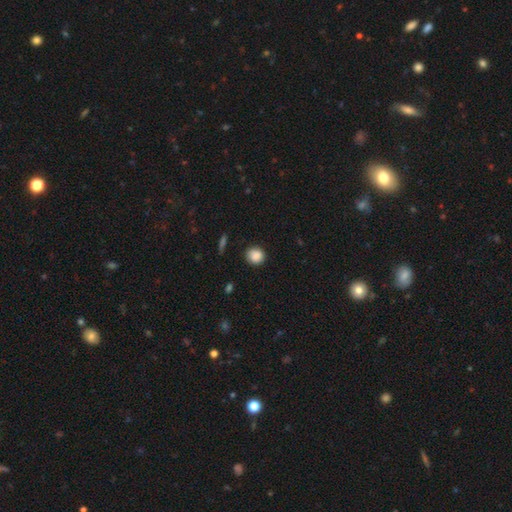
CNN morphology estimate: type=smooth (87%); roundness=round (90%); merging=none (86%).